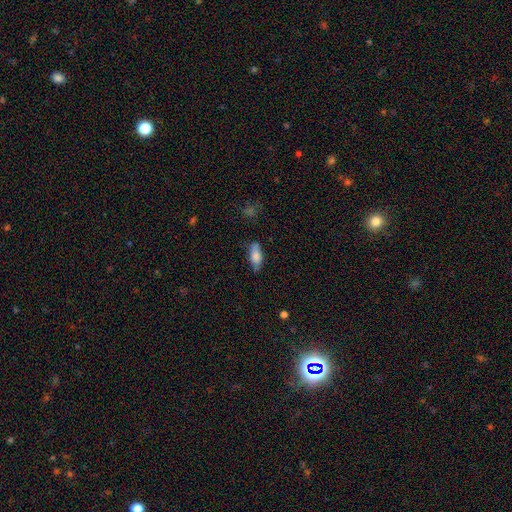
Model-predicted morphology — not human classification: smooth_or_featured: smooth (p=0.79) [alt: featured or disk p=0.13]
how_rounded: in between (p=0.80) [alt: cigar-shaped p=0.17]
merging: none (p=0.70) [alt: minor disturbance p=0.22]